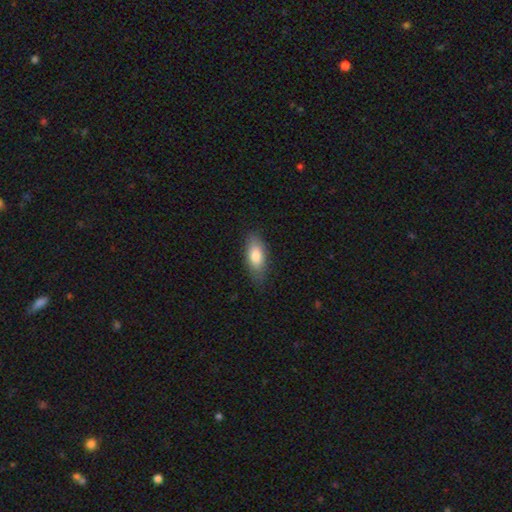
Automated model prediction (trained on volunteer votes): This appears to be a smooth galaxy with no disk features (79%) that is in between round and cigar-shaped (80%). Merging: none (78%).